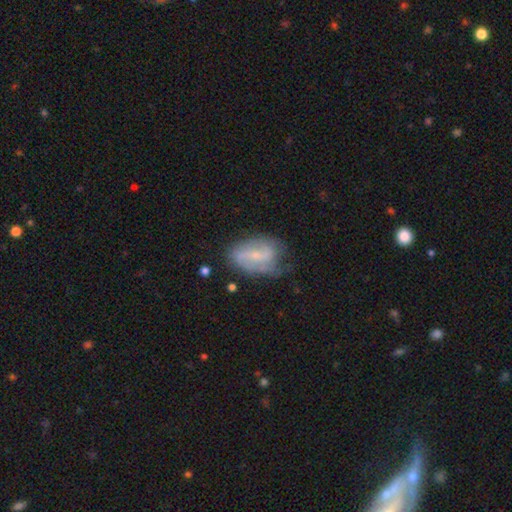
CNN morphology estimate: featured or disk 73%, smooth 20%, star or artifact 7%. Down the decision tree: edge-on disk — no (96%); bar — weak (48%); spiral arms — yes (87%); spiral arm count — 2 (61%); spiral winding — medium (43%); bulge size — small (67%); merging — none (54%).